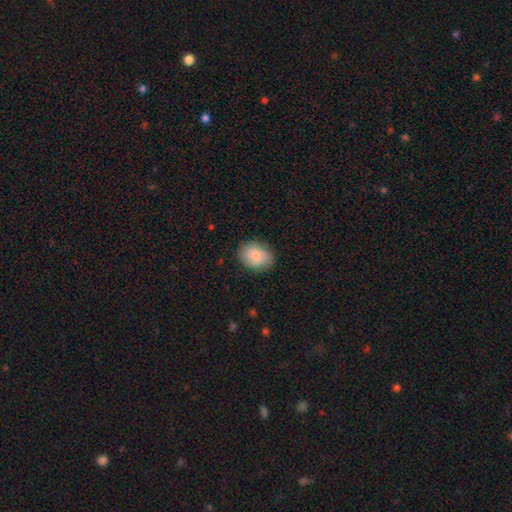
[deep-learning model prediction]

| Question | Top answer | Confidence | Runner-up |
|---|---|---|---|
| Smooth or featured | smooth | 80% | featured or disk (13%) |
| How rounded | in between | 67% | round (32%) |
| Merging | none | 83% | minor disturbance (13%) |